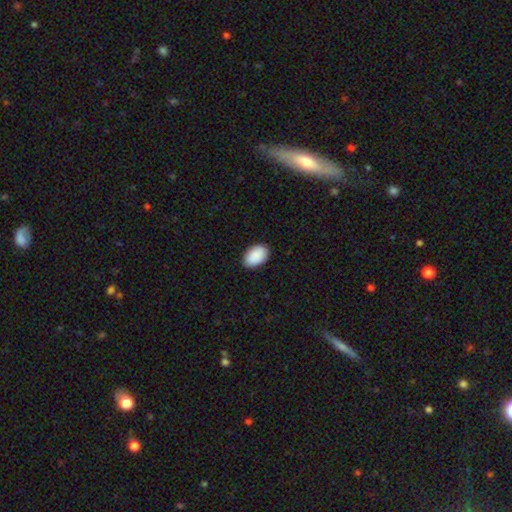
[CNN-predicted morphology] smooth-or-featured: smooth: 91% | star or artifact: 6% | featured or disk: 3%
  how-rounded: in between: 90% | round: 8% | cigar-shaped: 1%
  merging: none: 88% | minor disturbance: 9% | major disturbance: 2% | merger: 1%